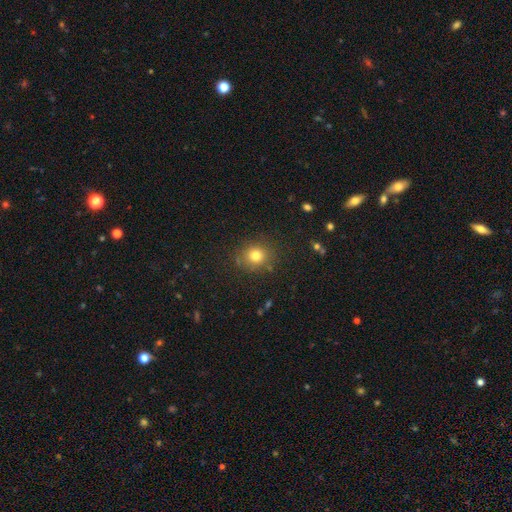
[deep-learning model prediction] Smooth or featured: smooth — 78% (star or artifact — 14%)
How rounded: round — 79% (in between — 20%)
Merging: none — 83% (minor disturbance — 11%)